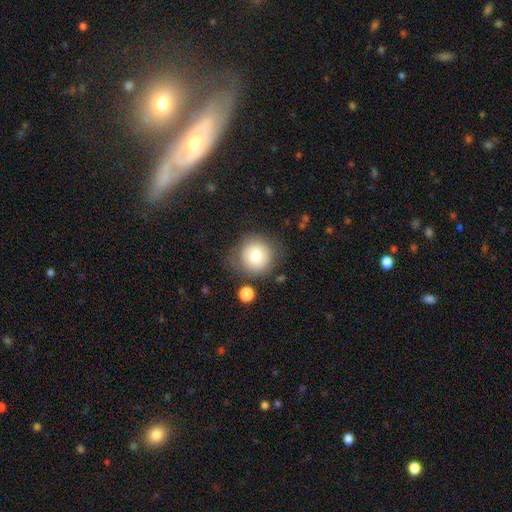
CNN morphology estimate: smooth_or_featured: smooth (p=0.76) [alt: featured or disk p=0.15]
how_rounded: round (p=0.92) [alt: in between p=0.07]
merging: none (p=0.71) [alt: minor disturbance p=0.17]